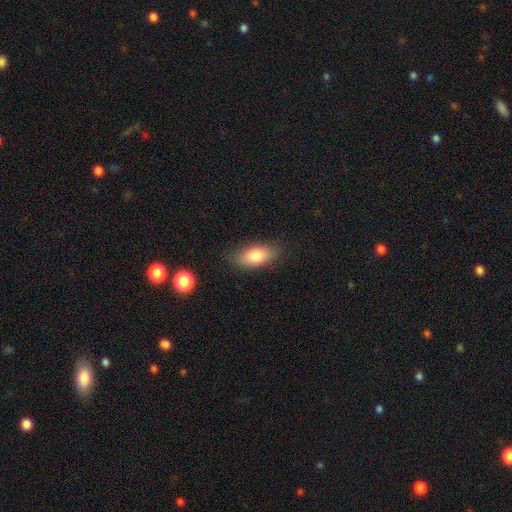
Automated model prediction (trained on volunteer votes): smooth_or_featured: smooth (p=0.82) [alt: featured or disk p=0.11]
how_rounded: in between (p=0.89) [alt: cigar-shaped p=0.07]
merging: none (p=0.81) [alt: minor disturbance p=0.14]